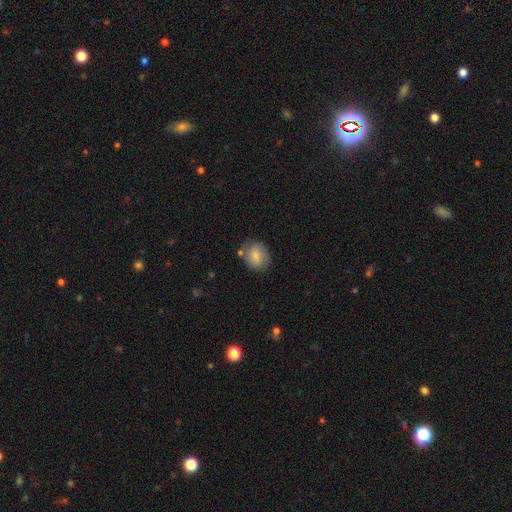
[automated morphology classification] smooth_or_featured: smooth (p=0.80) [alt: featured or disk p=0.12]
how_rounded: in between (p=0.52) [alt: round p=0.47]
merging: none (p=0.74) [alt: minor disturbance p=0.16]